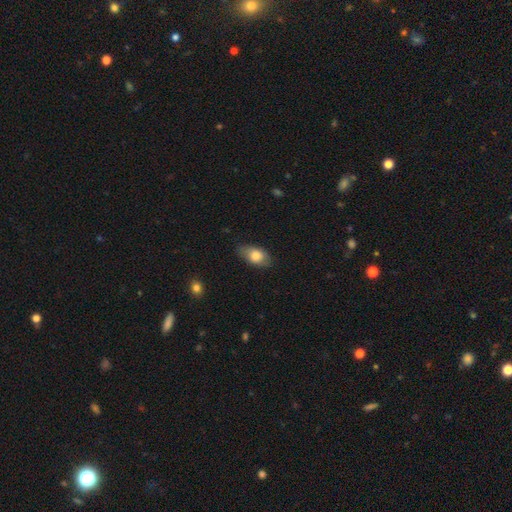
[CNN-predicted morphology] Q: Smooth or featured?
A: smooth (78%); runner-up: featured or disk (16%)
Q: How rounded?
A: in between (88%); runner-up: round (8%)
Q: Merging?
A: none (72%); runner-up: minor disturbance (22%)